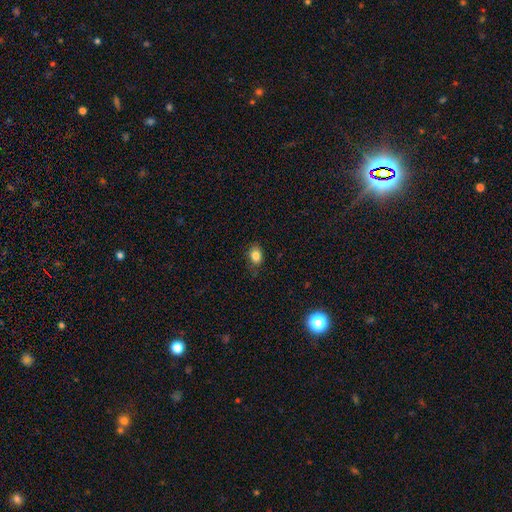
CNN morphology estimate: This appears to be a smooth galaxy with no disk features (83%) that is in between round and cigar-shaped (71%). Merging: none (74%).